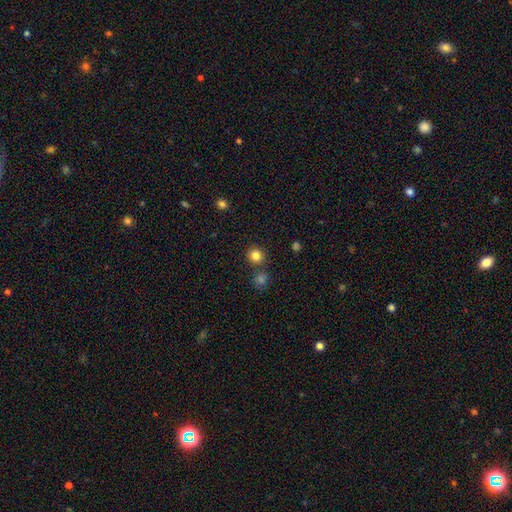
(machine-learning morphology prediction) The model was most divided on "smooth or featured": smooth: 83%, star or artifact: 12%, featured or disk: 4%. More confident: how rounded — round (91%); merging — none (83%).